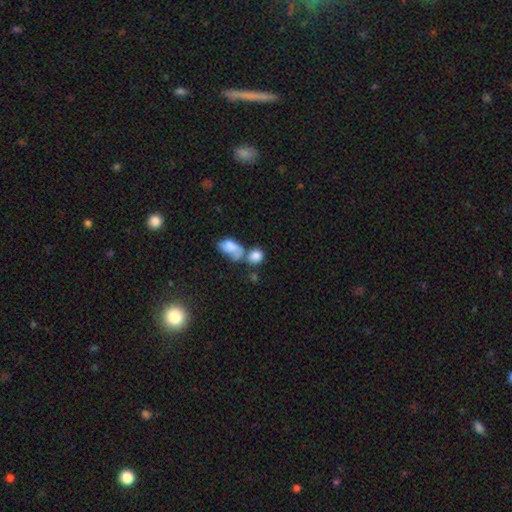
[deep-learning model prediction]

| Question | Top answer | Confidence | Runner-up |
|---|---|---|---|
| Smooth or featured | smooth | 82% | featured or disk (9%) |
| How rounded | round | 55% | in between (43%) |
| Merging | merger | 45% | none (35%) |